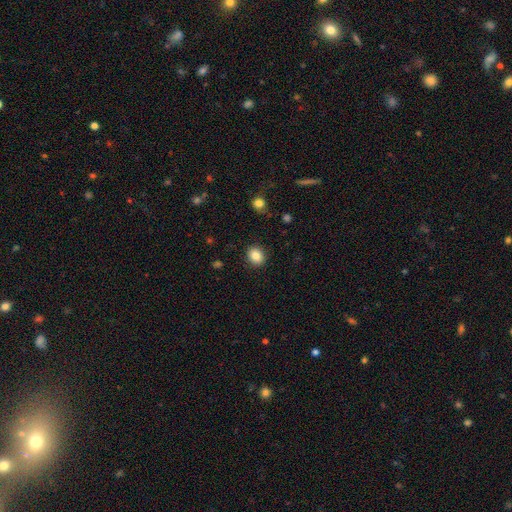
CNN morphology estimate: type=smooth (83%); roundness=round (63%); merging=none (89%).